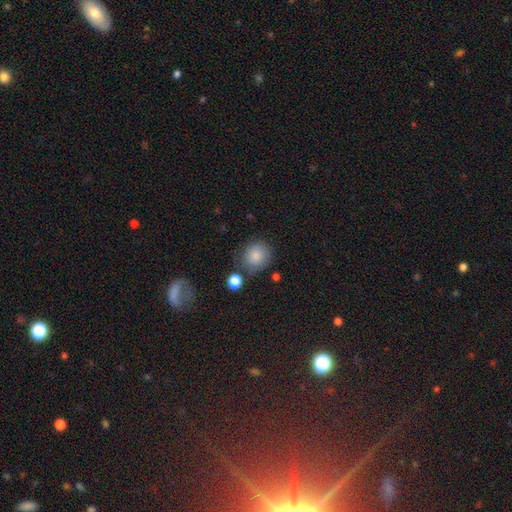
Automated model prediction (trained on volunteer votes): The model was most divided on "merging": none: 73%, minor disturbance: 16%, merger: 6%, major disturbance: 5%. More confident: smooth or featured — smooth (84%); how rounded — round (84%).